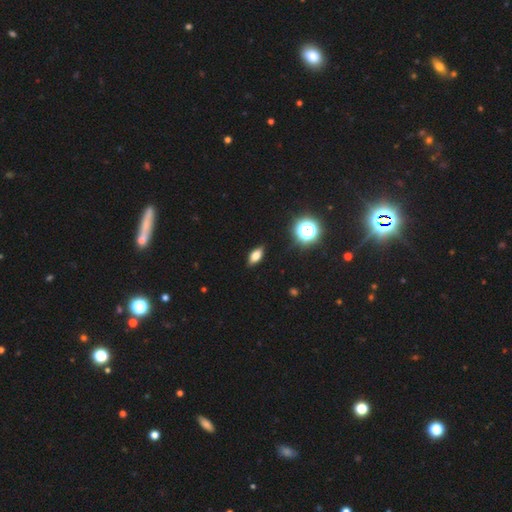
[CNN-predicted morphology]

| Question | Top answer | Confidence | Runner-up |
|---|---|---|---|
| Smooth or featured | smooth | 70% | featured or disk (15%) |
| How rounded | in between | 81% | cigar-shaped (12%) |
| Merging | none | 88% | minor disturbance (9%) |